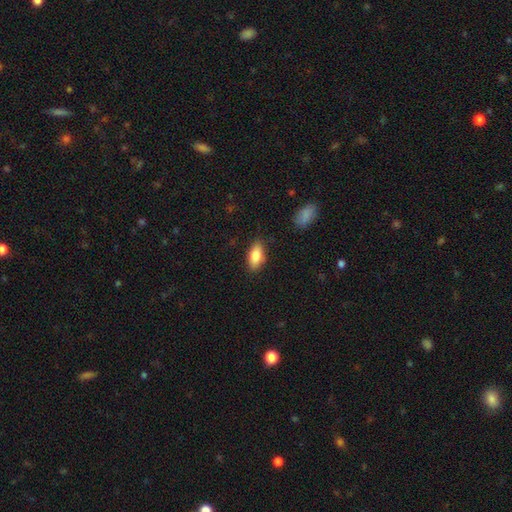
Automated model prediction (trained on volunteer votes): Smooth or featured? Predicted: smooth (p=0.84). How rounded? Predicted: in between (p=0.88). Merging? Predicted: none (p=0.84).